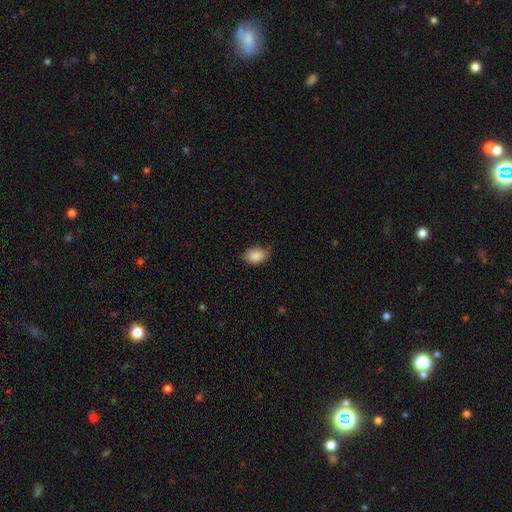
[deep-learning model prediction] Smooth or featured: smooth — 88% (star or artifact — 8%)
How rounded: in between — 84% (round — 14%)
Merging: none — 63% (minor disturbance — 30%)